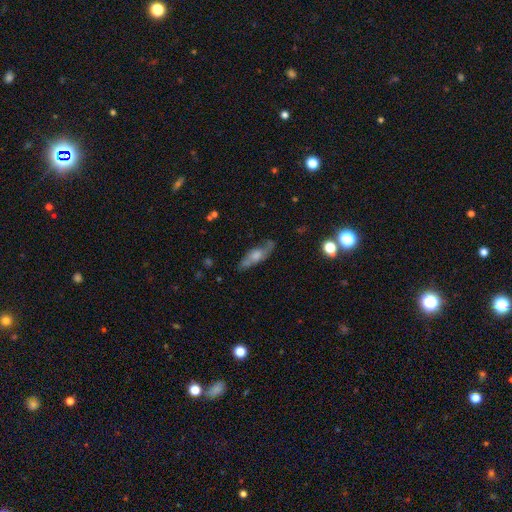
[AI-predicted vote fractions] Smooth or featured? Predicted: featured or disk (p=0.50). Edge-on disk? Predicted: no (p=0.57). Merging? Predicted: none (p=0.66).